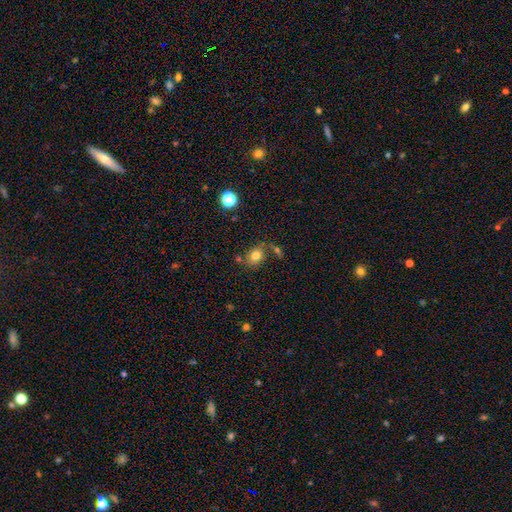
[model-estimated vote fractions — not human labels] This appears to be a smooth galaxy with no disk features (77%) that is in between round and cigar-shaped (53%). Merging: none (64%).